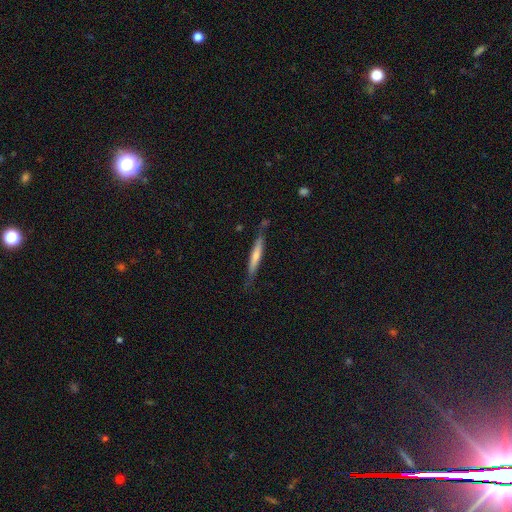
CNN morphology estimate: A smooth galaxy with no disk features (54%) that is cigar-shaped (93%).

Vote fractions:
- Smooth or featured? smooth: 54% / featured or disk: 41% / star or artifact: 5%
- How rounded? cigar-shaped: 93% / in between: 6% / round: 1%
- Merging? none: 75% / minor disturbance: 19% / major disturbance: 4% / merger: 2%